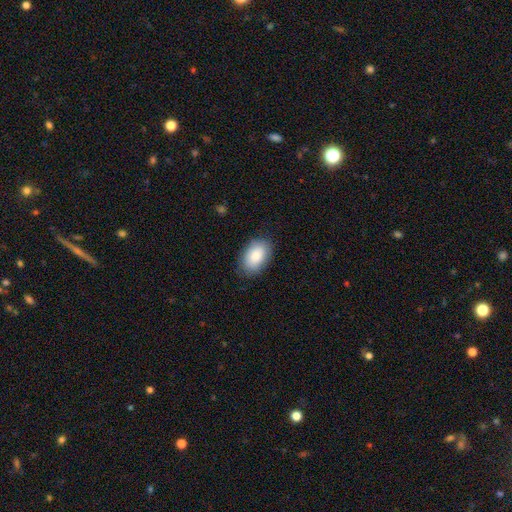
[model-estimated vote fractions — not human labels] The model was most divided on "merging": none: 83%, minor disturbance: 13%, major disturbance: 3%, merger: 1%. More confident: how rounded — in between (92%); smooth or featured — smooth (87%).